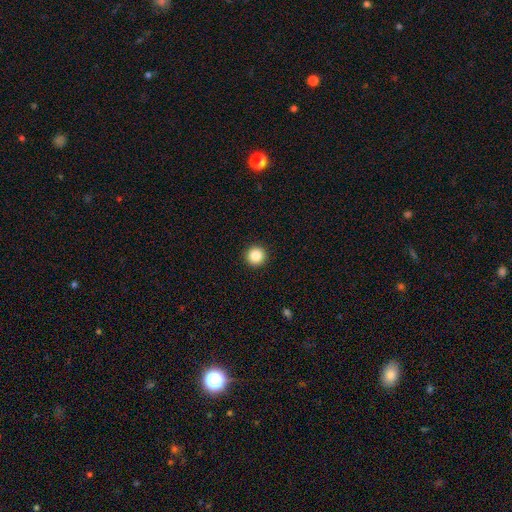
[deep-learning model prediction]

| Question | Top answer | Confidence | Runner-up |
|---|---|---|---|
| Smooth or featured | smooth | 86% | star or artifact (10%) |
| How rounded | round | 96% | in between (3%) |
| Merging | none | 94% | minor disturbance (4%) |